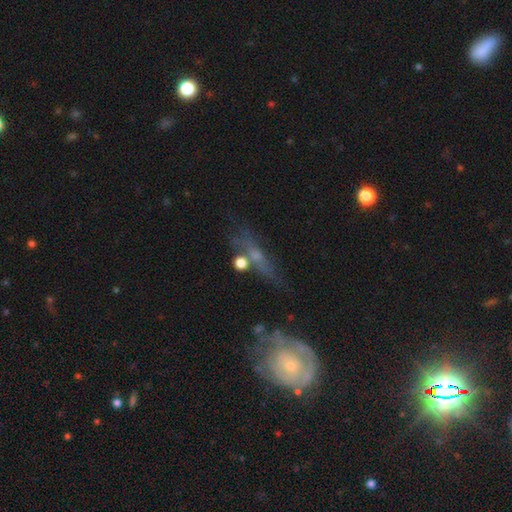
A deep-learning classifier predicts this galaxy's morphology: Q: Smooth or featured?
A: featured or disk (57%); runner-up: smooth (27%)
Q: Edge-on disk?
A: no (59%); runner-up: yes (41%)
Q: Merging?
A: none (58%); runner-up: minor disturbance (19%)